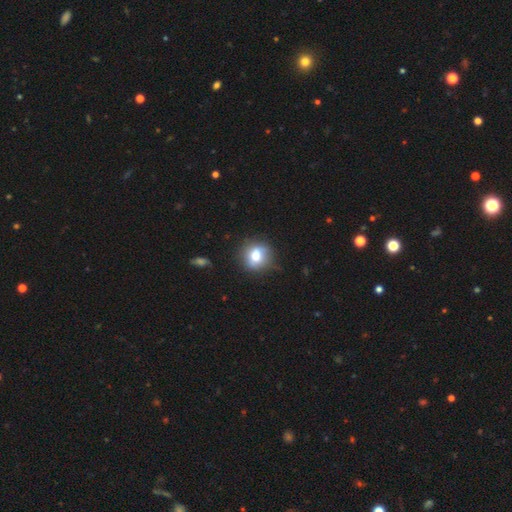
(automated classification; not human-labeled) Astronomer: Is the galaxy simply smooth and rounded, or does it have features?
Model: smooth — 71%.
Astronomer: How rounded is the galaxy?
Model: round — 83%.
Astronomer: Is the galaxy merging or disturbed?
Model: none — 80%.